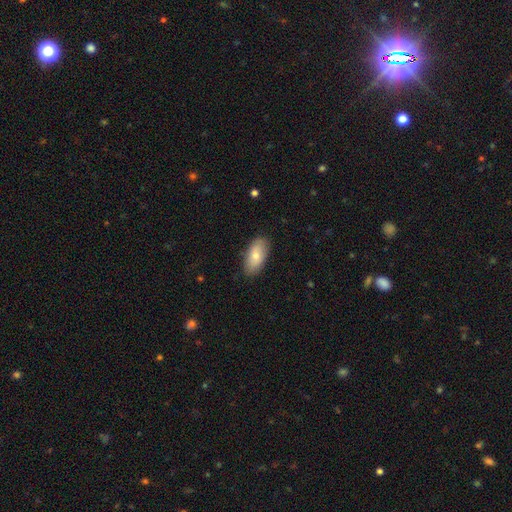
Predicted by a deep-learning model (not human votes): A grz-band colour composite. It shows a smooth galaxy with no disk features (77%) that is in between round and cigar-shaped (92%). Merging: none (85%).